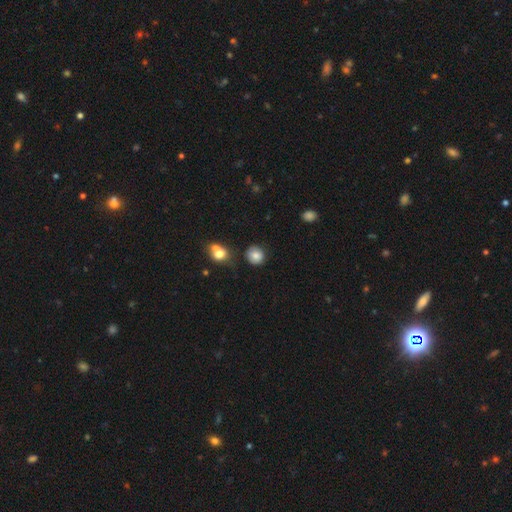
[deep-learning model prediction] smooth_or_featured: smooth (p=0.81) [alt: star or artifact p=0.10]
how_rounded: round (p=0.84) [alt: in between p=0.15]
merging: none (p=0.79) [alt: minor disturbance p=0.13]